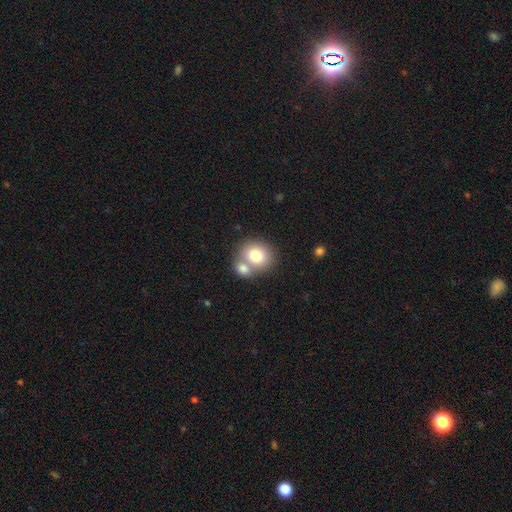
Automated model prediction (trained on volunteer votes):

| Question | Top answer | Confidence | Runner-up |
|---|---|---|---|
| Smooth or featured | smooth | 76% | featured or disk (15%) |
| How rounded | round | 69% | in between (30%) |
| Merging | merger | 45% | none (43%) |